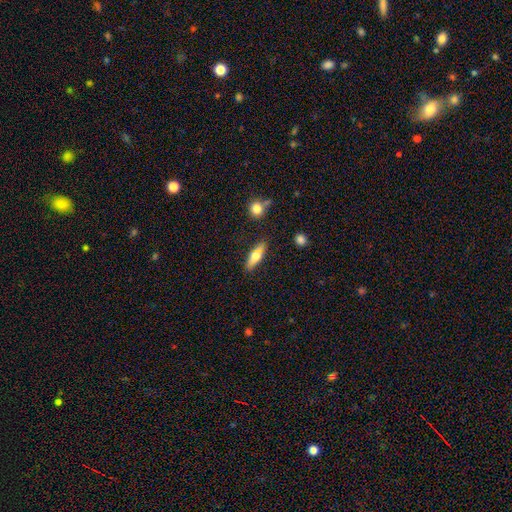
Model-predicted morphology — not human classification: Smooth or featured: smooth — 60% (featured or disk — 33%)
How rounded: in between — 51% (cigar-shaped — 46%)
Merging: none — 81% (minor disturbance — 12%)